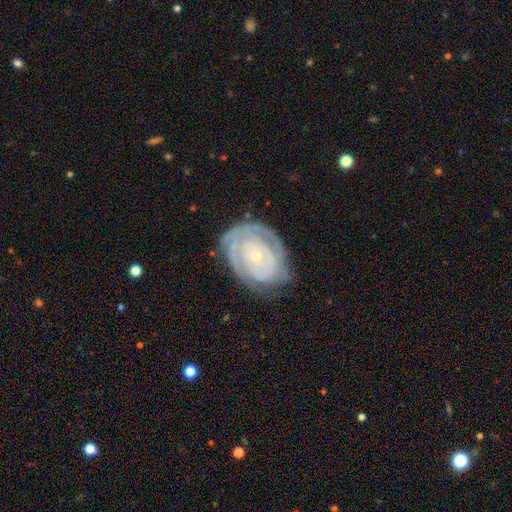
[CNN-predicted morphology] smooth-or-featured: featured or disk: 81% | smooth: 13% | star or artifact: 6%
  disk-edge-on: no: 97% | yes: 3%
    bar: no: 77% | weak: 17% | strong: 5%
    has-spiral-arms: yes: 89% | no: 11%
      spiral-winding: tight: 80% | medium: 15% | loose: 4%
      spiral-arm-count: can't tell: 40% | 2: 29% | 3: 13% | 1: 8% | 4: 6% | more than 4: 5%
    bulge-size: small: 81% | moderate: 14% | none: 3% | large: 2% | dominant: 1%
  merging: none: 72% | minor disturbance: 19% | major disturbance: 8% | merger: 1%